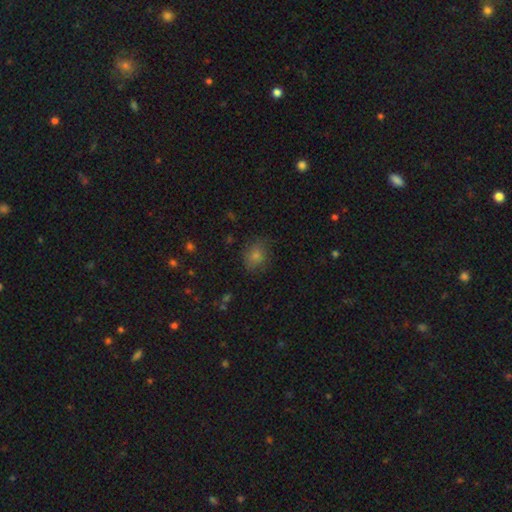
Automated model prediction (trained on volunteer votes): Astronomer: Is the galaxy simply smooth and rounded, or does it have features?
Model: smooth — 70%.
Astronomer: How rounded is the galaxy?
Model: round — 57% (runner-up: in between, 41%).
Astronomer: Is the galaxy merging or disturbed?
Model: none — 78%.